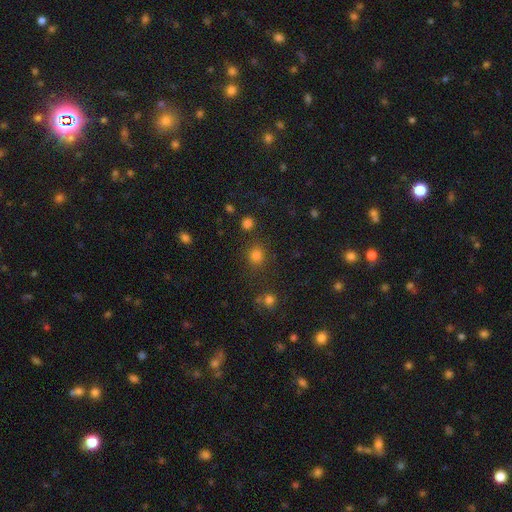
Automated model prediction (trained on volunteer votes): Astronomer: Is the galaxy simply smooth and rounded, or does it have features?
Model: smooth — 79%.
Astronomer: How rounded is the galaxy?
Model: round — 83%.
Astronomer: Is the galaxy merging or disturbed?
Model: none — 80%.